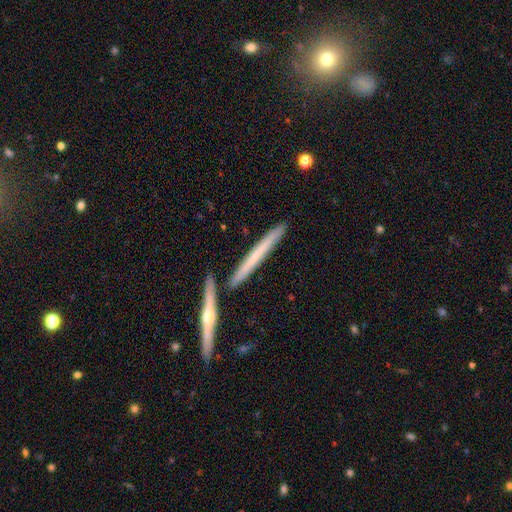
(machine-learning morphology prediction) A featured or disk galaxy (47%, tied with smooth).

Vote fractions:
- Smooth or featured? featured or disk: 47% (tied) / smooth: 47% (tied) / star or artifact: 6%
- Merging? none: 82% / merger: 9% / minor disturbance: 8% / major disturbance: 2%